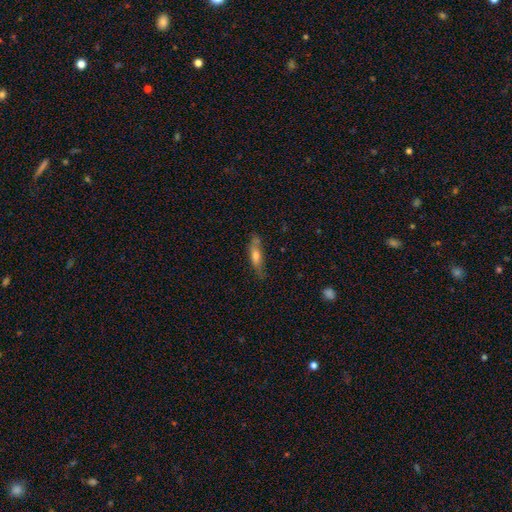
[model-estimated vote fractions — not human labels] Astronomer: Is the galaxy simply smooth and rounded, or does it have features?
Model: smooth — 57% (runner-up: featured or disk, 35%).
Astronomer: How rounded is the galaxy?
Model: cigar-shaped — 61% (runner-up: in between, 37%).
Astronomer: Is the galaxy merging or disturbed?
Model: none — 65%.